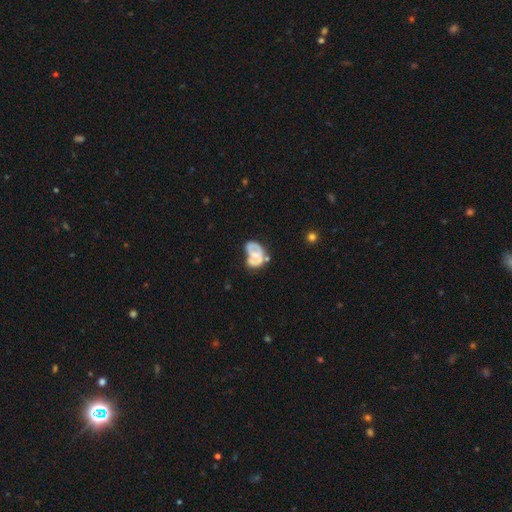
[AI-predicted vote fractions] Smooth or featured? Predicted: featured or disk (p=0.51). Edge-on disk? Predicted: no (p=0.97). Merging? Predicted: none (p=0.30).